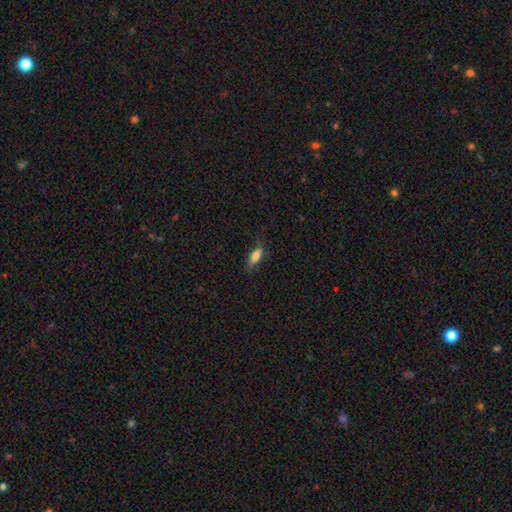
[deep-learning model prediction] Smooth or featured: smooth — 81% (featured or disk — 12%)
How rounded: in between — 66% (cigar-shaped — 32%)
Merging: none — 74% (minor disturbance — 20%)